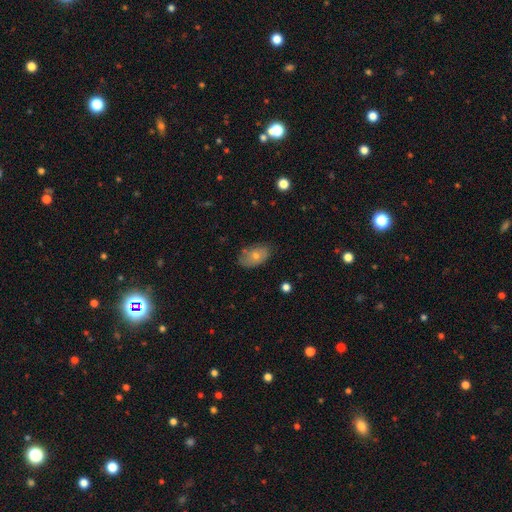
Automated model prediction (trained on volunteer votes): Smooth or featured? smooth (69%)
How rounded? in between (89%)
Merging? none (71%)